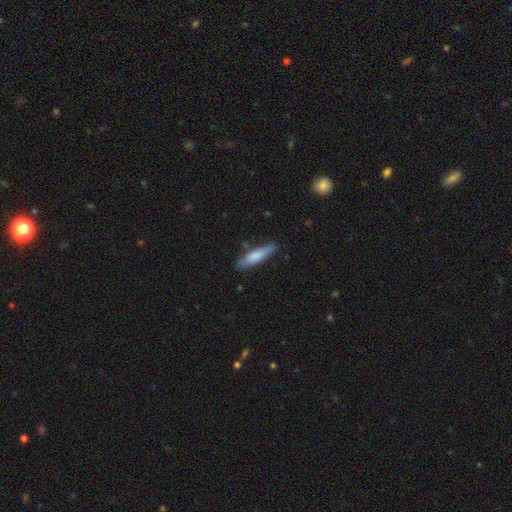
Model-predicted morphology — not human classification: Smooth or featured: smooth — 78% (featured or disk — 17%)
How rounded: cigar-shaped — 75% (in between — 24%)
Merging: none — 79% (minor disturbance — 16%)